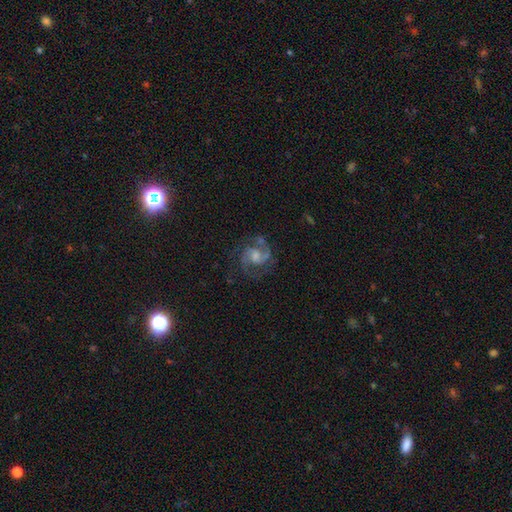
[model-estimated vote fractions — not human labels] Smooth or featured: featured or disk — 86% (star or artifact — 8%)
Edge-on disk: no — 98% (yes — 2%)
Bar: no — 47% (weak — 43%)
Spiral arms: yes — 98% (no — 2%)
Spiral winding: medium — 58% (tight — 29%)
Spiral arm count: 2 — 83% (3 — 8%)
Bulge size: moderate — 43% (small — 40%)
Merging: none — 77% (minor disturbance — 14%)